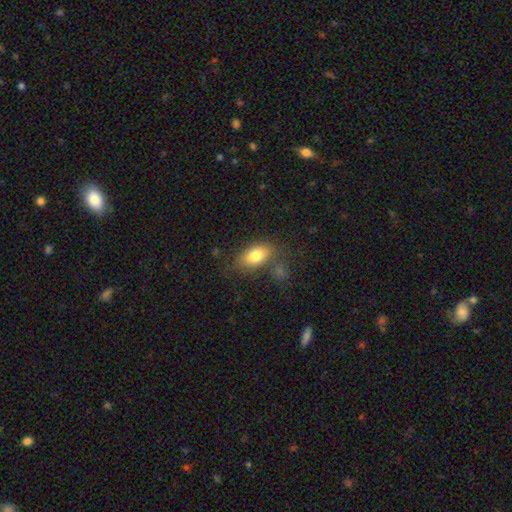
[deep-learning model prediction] A smooth galaxy with no disk features (80%) that is in between round and cigar-shaped (89%).

Vote fractions:
- Smooth or featured? smooth: 80% / featured or disk: 12% / star or artifact: 8%
- How rounded? in between: 89% / round: 8% / cigar-shaped: 3%
- Merging? none: 68% / minor disturbance: 17% / merger: 8% / major disturbance: 6%